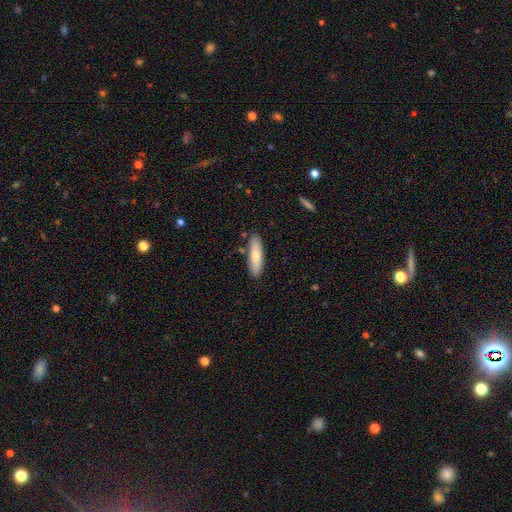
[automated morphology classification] This is likely a smooth galaxy (72%). How rounded: likely cigar-shaped (61%). Merging: clearly none (85%).